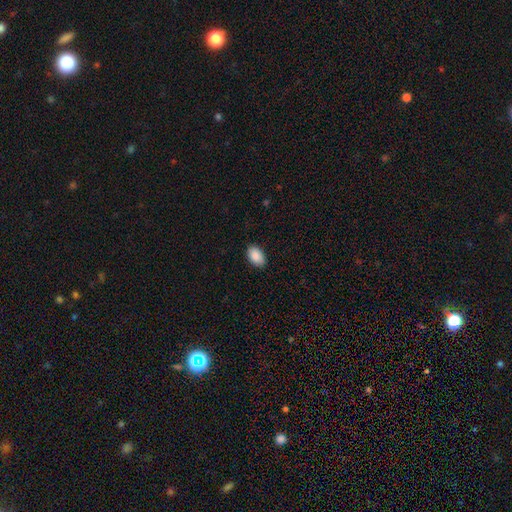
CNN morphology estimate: Smooth or featured? Predicted: smooth (p=0.90). How rounded? Predicted: in between (p=0.91). Merging? Predicted: none (p=0.87).